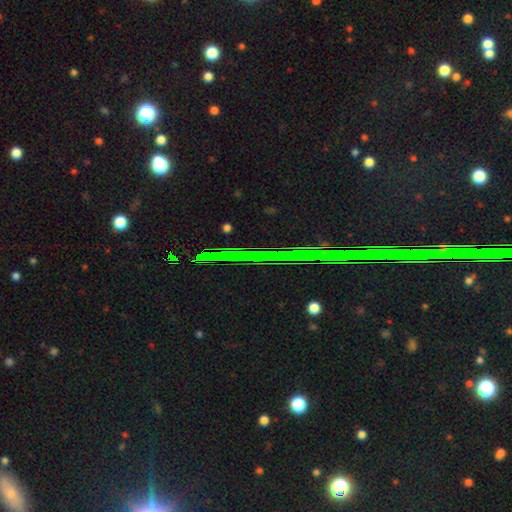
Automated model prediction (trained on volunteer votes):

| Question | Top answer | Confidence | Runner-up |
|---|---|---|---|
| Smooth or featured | star or artifact | 83% | featured or disk (10%) |